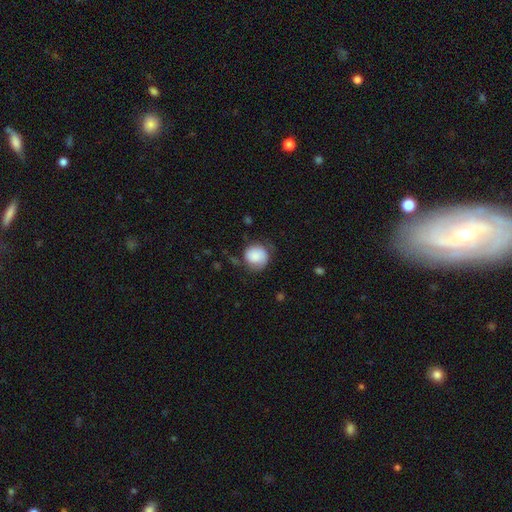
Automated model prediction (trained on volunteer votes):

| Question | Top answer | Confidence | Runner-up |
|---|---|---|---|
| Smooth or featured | smooth | 80% | featured or disk (12%) |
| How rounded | round | 85% | in between (14%) |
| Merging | none | 61% | minor disturbance (26%) |